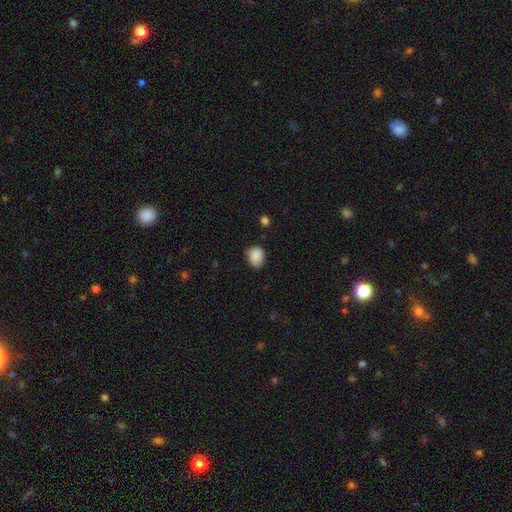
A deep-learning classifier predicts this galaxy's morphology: Smooth or featured: smooth — 85% (star or artifact — 8%)
How rounded: round — 53% (in between — 46%)
Merging: none — 70% (minor disturbance — 24%)